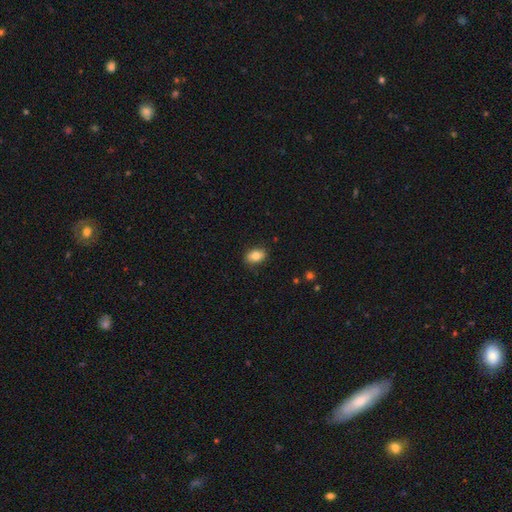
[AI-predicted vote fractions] This appears to be a smooth galaxy with no disk features (83%) that is in between round and cigar-shaped (80%). Merging: none (85%).